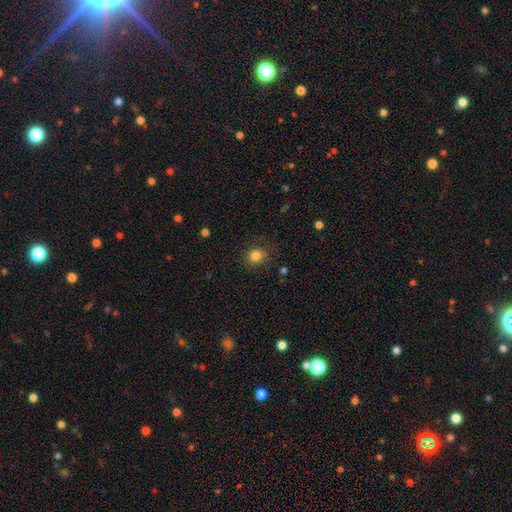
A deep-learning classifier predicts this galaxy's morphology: This appears to be a smooth galaxy with no disk features (83%) that is round (75%). Merging: none (80%).